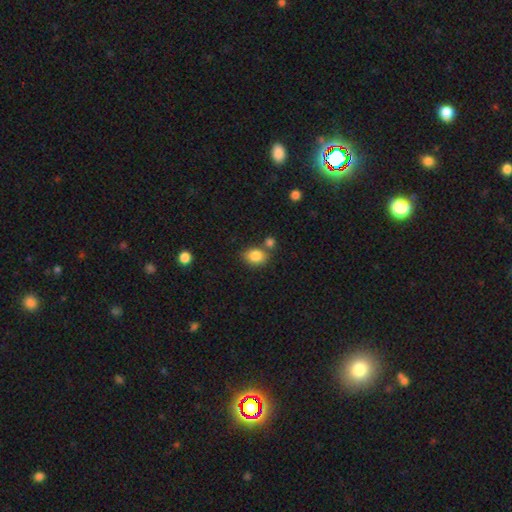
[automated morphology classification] Overall: smooth (85%). How rounded: in between (59%; round 40%). Merging: none (64%).